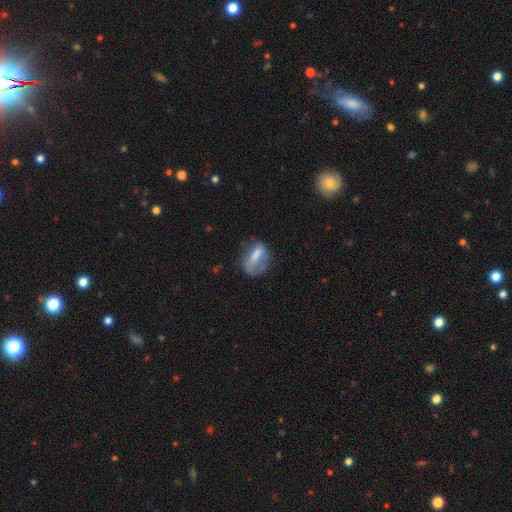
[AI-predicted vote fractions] smooth_or_featured: smooth (p=0.60) [alt: featured or disk p=0.31]
how_rounded: in between (p=0.73) [alt: round p=0.20]
merging: none (p=0.37) [alt: major disturbance p=0.31]